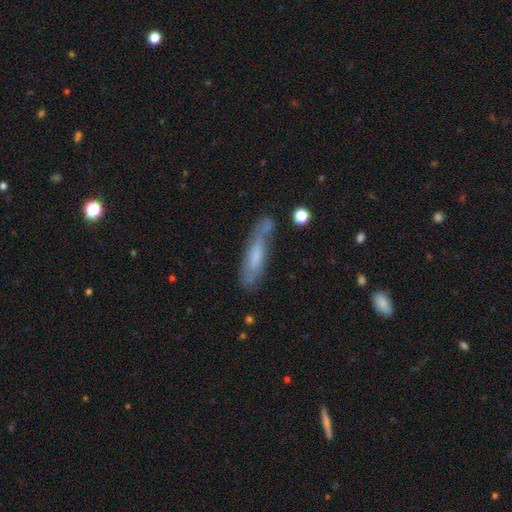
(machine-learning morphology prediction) This appears to be a smooth galaxy with no disk features (49%). Merging: none (54%).